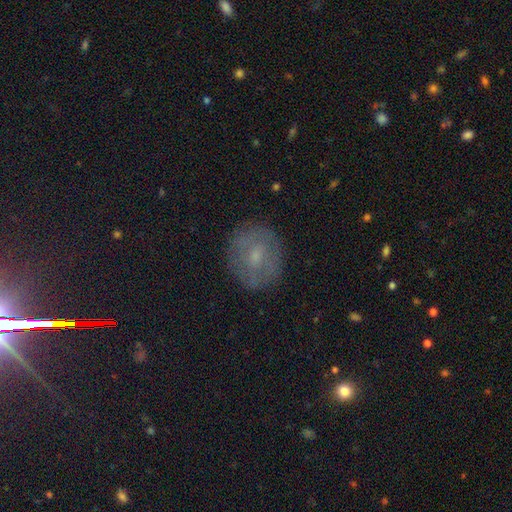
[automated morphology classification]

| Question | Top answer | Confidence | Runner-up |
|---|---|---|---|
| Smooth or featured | smooth | 44% | featured or disk (37%) |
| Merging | none | 83% | minor disturbance (12%) |